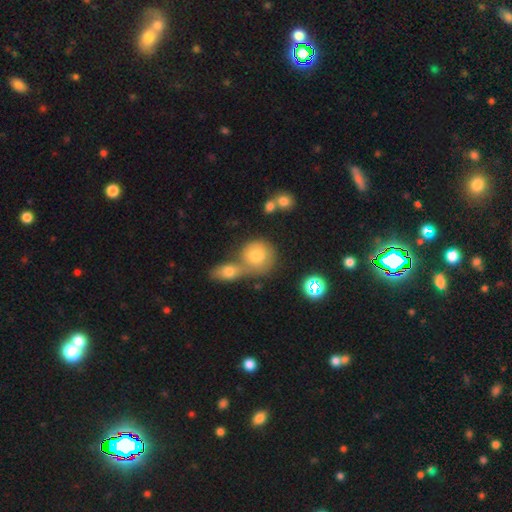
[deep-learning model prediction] A smooth galaxy with no disk features (66%) that is round (82%). Merging: merger (46%).